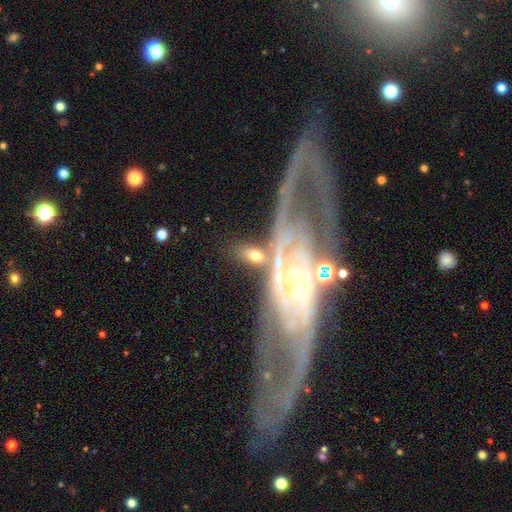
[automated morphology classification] Smooth or featured: smooth — 57% (featured or disk — 34%)
How rounded: in between — 80% (round — 14%)
Merging: none — 57% (minor disturbance — 17%)